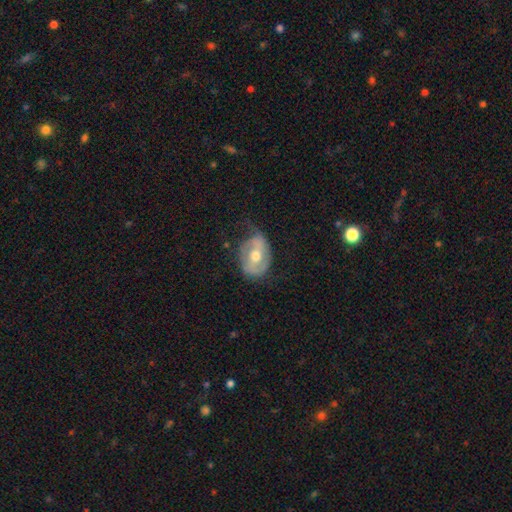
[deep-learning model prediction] Smooth or featured? Predicted: featured or disk (p=0.64). Edge-on disk? Predicted: no (p=0.95). Bar? Predicted: weak (p=0.38). Spiral arms? Predicted: yes (p=0.65). Bulge size? Predicted: moderate (p=0.75). Merging? Predicted: none (p=0.50).